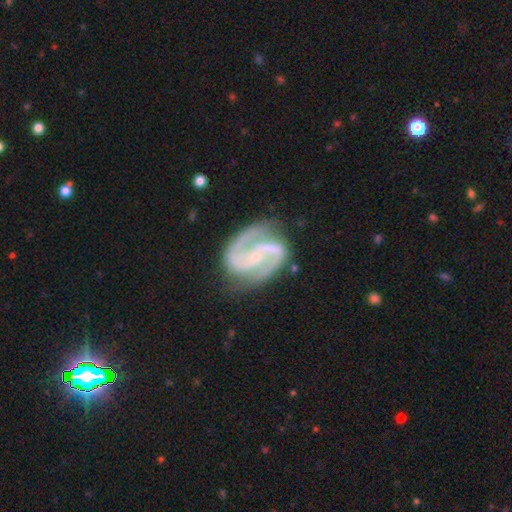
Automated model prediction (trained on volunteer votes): This is clearly a featured or disk galaxy (93%). It is clearly not viewed edge-on (98%). Bar: marginally weak (39%). Spiral arm pattern: clearly yes (98%). Spiral arm count: clearly 2 (92%). Spiral winding: likely medium (61%). Central bulge: likely small (73%). Merging: likely none (76%).